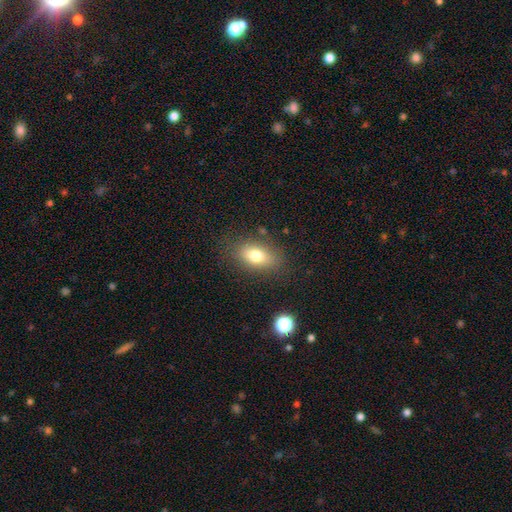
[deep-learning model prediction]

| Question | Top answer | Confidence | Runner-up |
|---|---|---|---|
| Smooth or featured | smooth | 76% | featured or disk (14%) |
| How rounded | in between | 83% | round (12%) |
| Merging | none | 81% | minor disturbance (12%) |